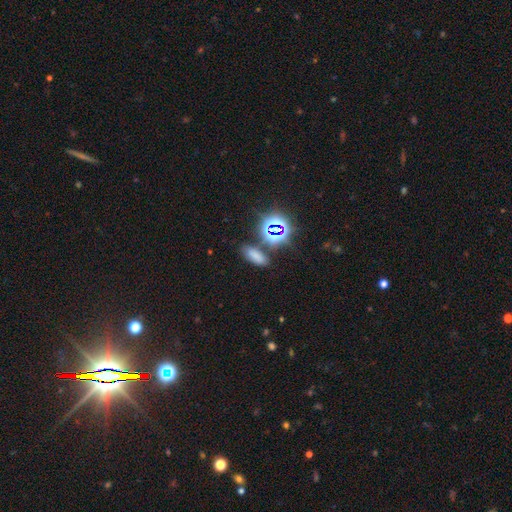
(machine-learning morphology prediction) Smooth or featured?
  - smooth: 61% *
  - star or artifact: 31%
  - featured or disk: 7%
How rounded?
  - in between: 76% *
  - cigar-shaped: 16%
  - round: 8%
Merging?
  - none: 74% *
  - minor disturbance: 12%
  - merger: 9%
  - major disturbance: 5%